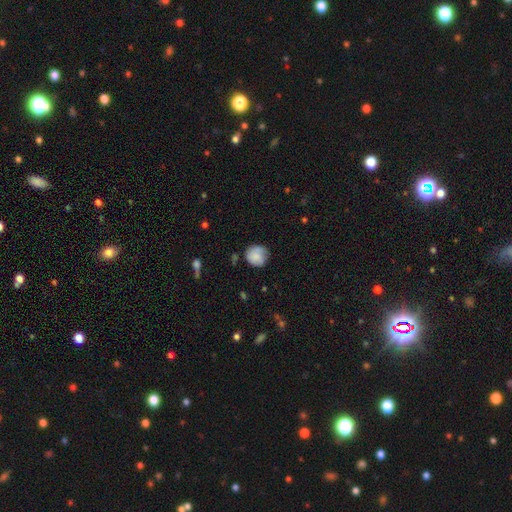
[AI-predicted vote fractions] Morphology: type=smooth (74%); roundness=round (85%); merging=none (62%).